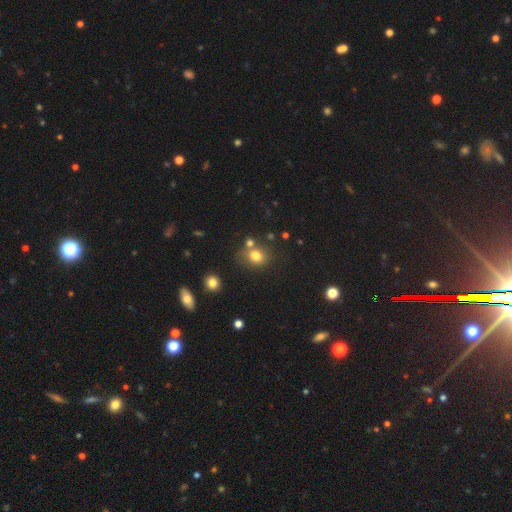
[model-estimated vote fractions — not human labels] This appears to be a smooth galaxy with no disk features (77%) that is round (65%). Merging: none (63%).